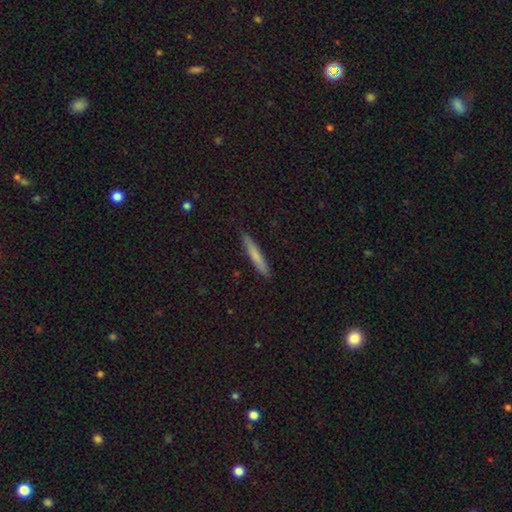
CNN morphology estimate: The model was most divided on "smooth or featured": smooth: 70%, featured or disk: 24%, star or artifact: 6%. More confident: how rounded — cigar-shaped (94%); merging — none (90%).